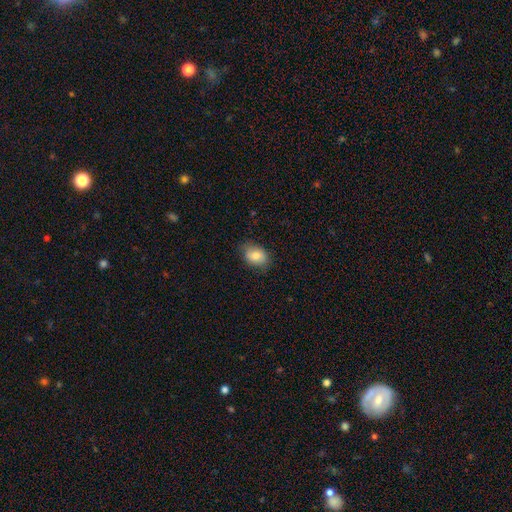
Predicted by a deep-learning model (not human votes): Morphology: type=smooth (81%); roundness=in between (79%); merging=none (78%).